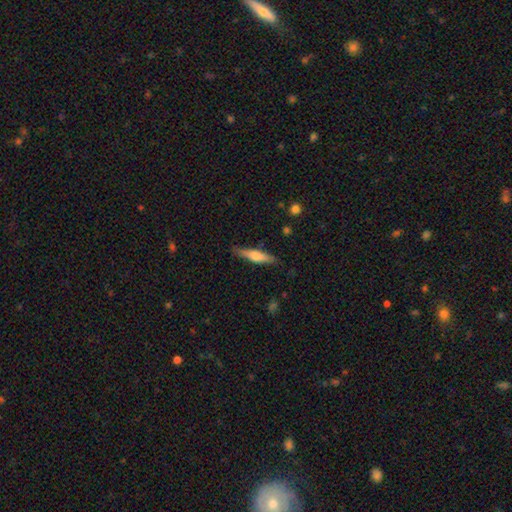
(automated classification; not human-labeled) Smooth or featured? Predicted: smooth (p=0.56). How rounded? Predicted: cigar-shaped (p=0.83). Merging? Predicted: none (p=0.85).